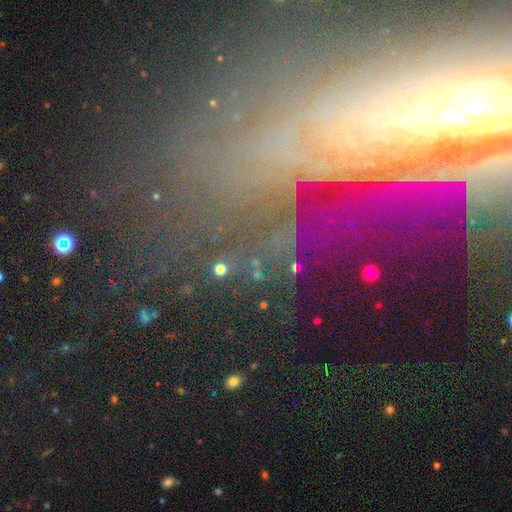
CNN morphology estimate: A featured or disk galaxy (42%).

Vote fractions:
- Smooth or featured? featured or disk: 42% / star or artifact: 38% / smooth: 20%
- Merging? none: 64% / minor disturbance: 15% / major disturbance: 14% / merger: 7%